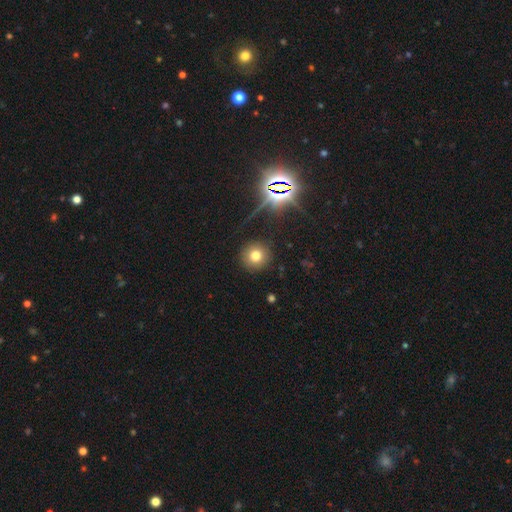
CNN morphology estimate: Smooth or featured?
  - smooth: 72% *
  - star or artifact: 18%
  - featured or disk: 10%
How rounded?
  - round: 93% *
  - in between: 6%
  - cigar-shaped: 1%
Merging?
  - none: 90% *
  - minor disturbance: 6%
  - major disturbance: 3%
  - merger: 1%